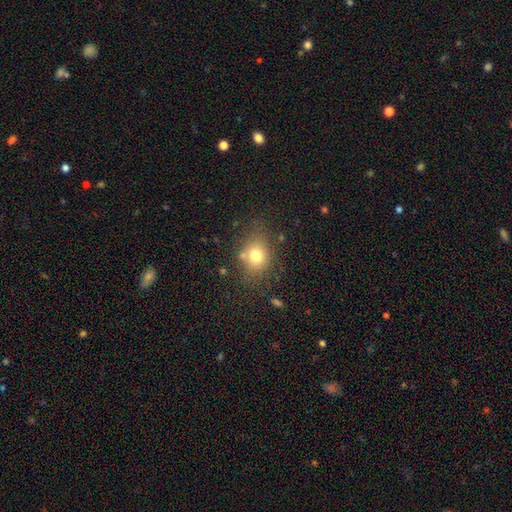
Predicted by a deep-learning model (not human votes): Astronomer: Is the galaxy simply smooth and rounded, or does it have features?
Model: smooth — 74%.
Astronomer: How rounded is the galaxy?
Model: round — 56% (runner-up: in between, 43%).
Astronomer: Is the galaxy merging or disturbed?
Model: none — 70%.